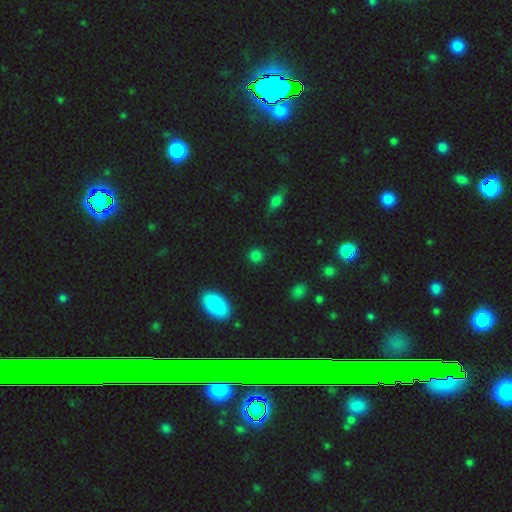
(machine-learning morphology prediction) smooth-or-featured: smooth: 82% | star or artifact: 14% | featured or disk: 4%
  how-rounded: round: 86% | in between: 13% | cigar-shaped: 2%
  merging: none: 86% | minor disturbance: 8% | major disturbance: 3% | merger: 2%